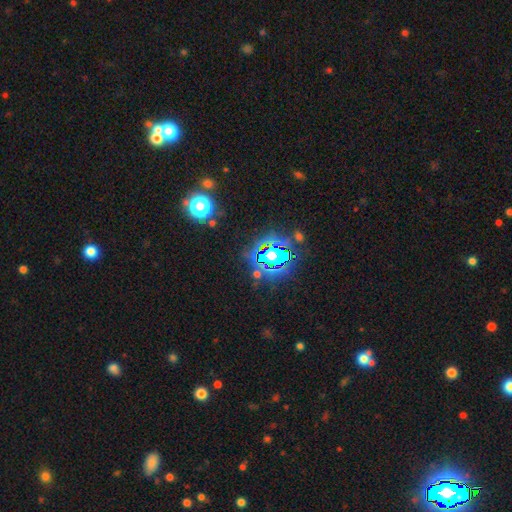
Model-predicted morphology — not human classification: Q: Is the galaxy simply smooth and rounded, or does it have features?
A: star or artifact — 82%.